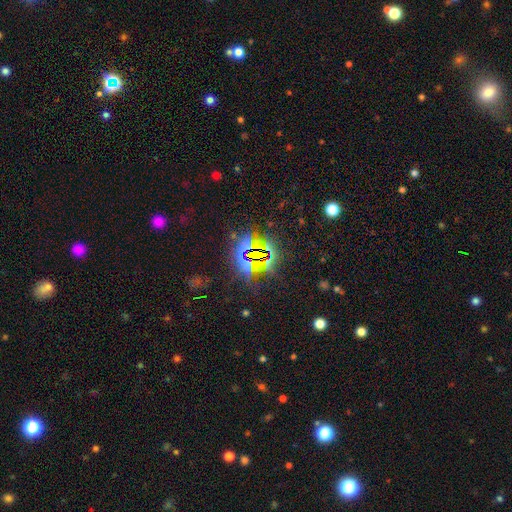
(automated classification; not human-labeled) smooth-or-featured: star or artifact: 81% | smooth: 10% | featured or disk: 8%